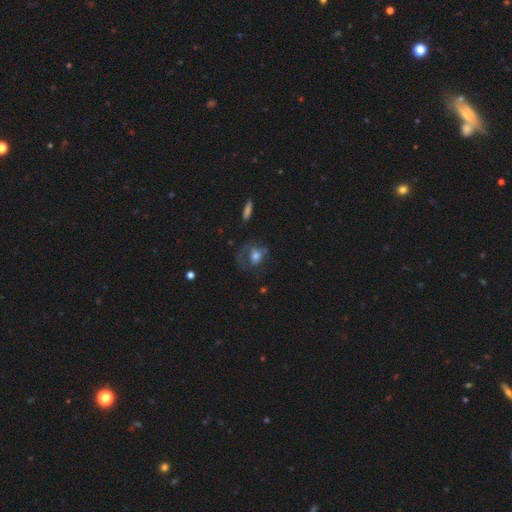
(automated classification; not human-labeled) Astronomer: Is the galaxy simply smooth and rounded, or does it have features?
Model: smooth — 54% (runner-up: featured or disk, 35%).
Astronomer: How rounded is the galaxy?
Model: round — 55% (runner-up: in between, 43%).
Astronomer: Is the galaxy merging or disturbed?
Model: major disturbance — 39% (runner-up: none, 38%).